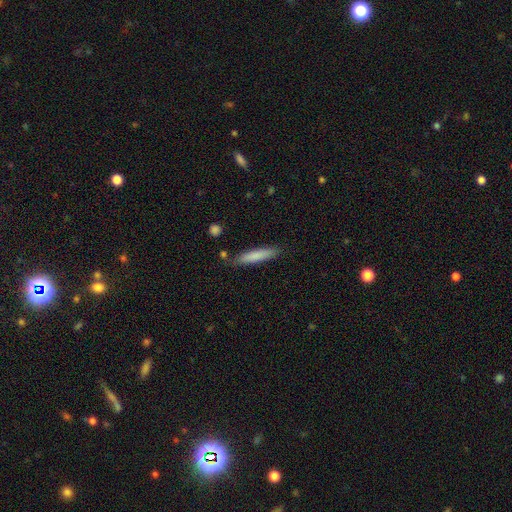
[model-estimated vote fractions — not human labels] Smooth or featured: smooth — 79% (featured or disk — 15%)
How rounded: cigar-shaped — 89% (in between — 10%)
Merging: none — 84% (minor disturbance — 11%)